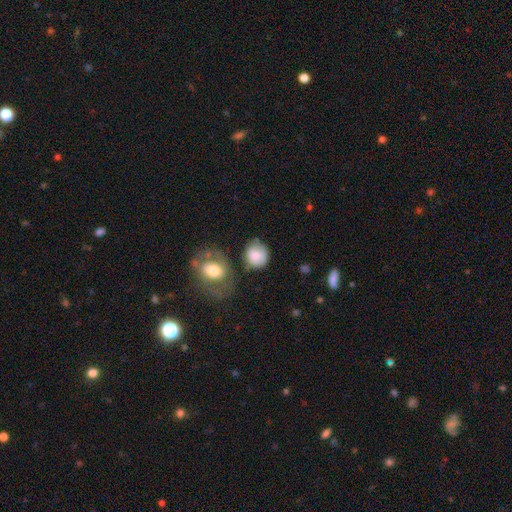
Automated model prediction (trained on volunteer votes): Smooth or featured: smooth — 81% (featured or disk — 12%)
How rounded: round — 74% (in between — 25%)
Merging: none — 64% (minor disturbance — 20%)